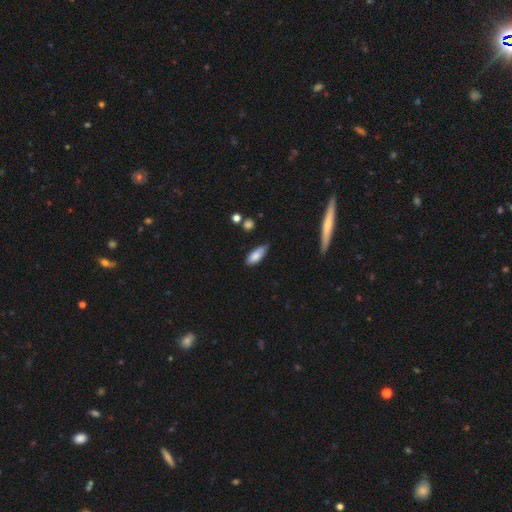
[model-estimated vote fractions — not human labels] Smooth or featured: smooth — 82% (featured or disk — 11%)
How rounded: in between — 78% (cigar-shaped — 20%)
Merging: none — 68% (minor disturbance — 26%)